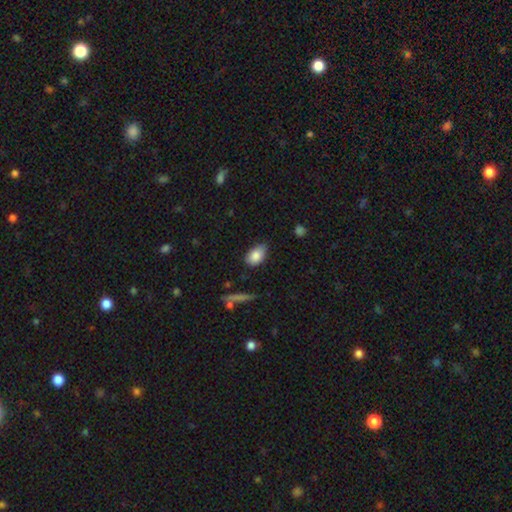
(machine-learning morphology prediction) smooth_or_featured: smooth (p=0.84) [alt: featured or disk p=0.08]
how_rounded: in between (p=0.90) [alt: round p=0.08]
merging: none (p=0.69) [alt: minor disturbance p=0.25]